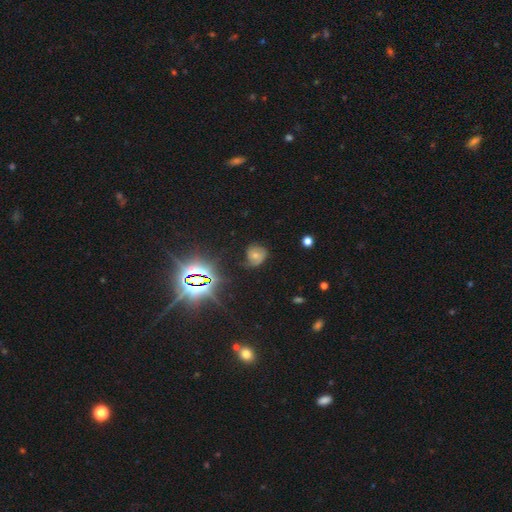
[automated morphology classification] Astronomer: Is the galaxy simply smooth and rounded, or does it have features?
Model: smooth — 37%, tied with featured or disk at 37%.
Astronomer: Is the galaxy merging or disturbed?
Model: none — 60%.